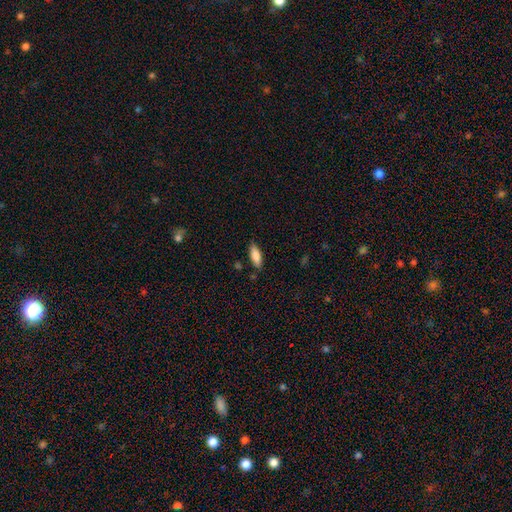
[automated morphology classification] This is clearly a smooth galaxy (83%). How rounded: likely in between (64%). Merging: clearly none (82%).